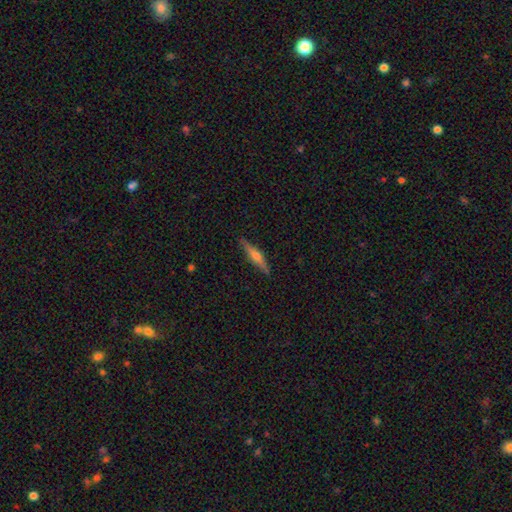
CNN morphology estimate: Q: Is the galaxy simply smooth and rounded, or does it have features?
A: featured or disk — 61%.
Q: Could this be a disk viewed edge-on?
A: yes — 96%.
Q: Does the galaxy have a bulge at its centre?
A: rounded — 88%.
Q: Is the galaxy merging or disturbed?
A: none — 89%.